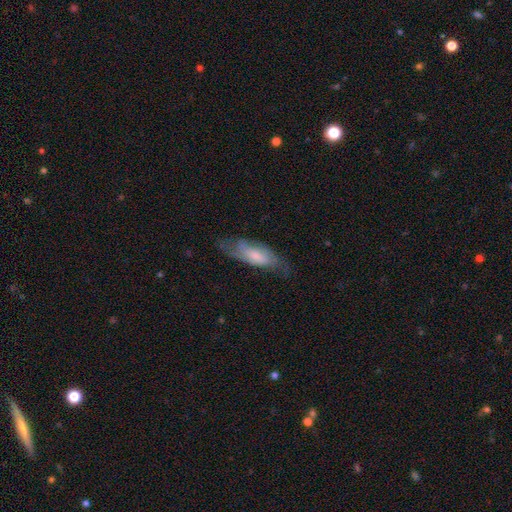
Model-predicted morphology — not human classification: type=featured or disk (57%); edge-on=no (80%); merging=none (63%).